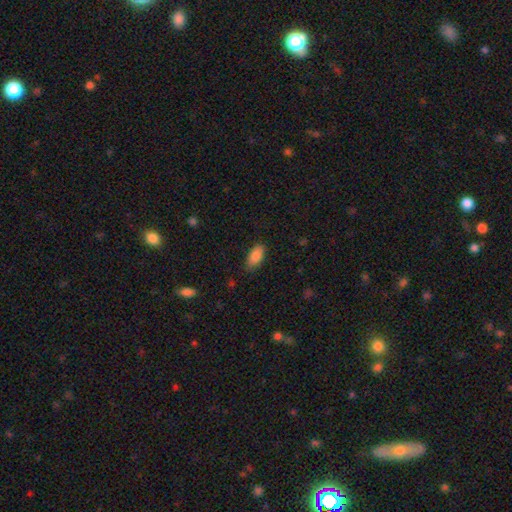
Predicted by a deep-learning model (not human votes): smooth-or-featured: smooth: 86% | star or artifact: 7% | featured or disk: 7%
  how-rounded: in between: 91% | cigar-shaped: 7% | round: 3%
  merging: none: 81% | minor disturbance: 15% | major disturbance: 3% | merger: 1%